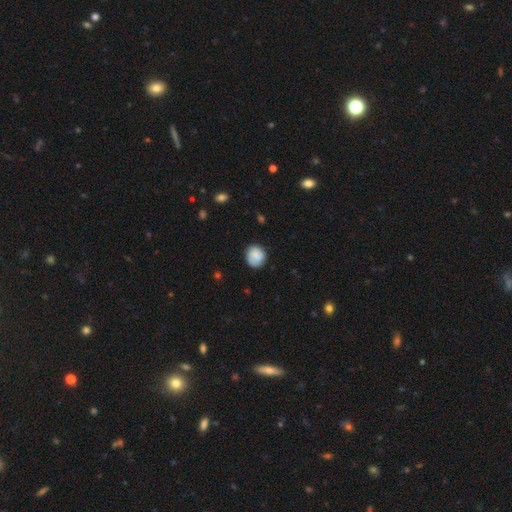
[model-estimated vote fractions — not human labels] Smooth or featured?
  - smooth: 76% *
  - featured or disk: 16%
  - star or artifact: 7%
How rounded?
  - round: 80% *
  - in between: 19%
  - cigar-shaped: 1%
Merging?
  - none: 79% *
  - minor disturbance: 15%
  - major disturbance: 4%
  - merger: 2%